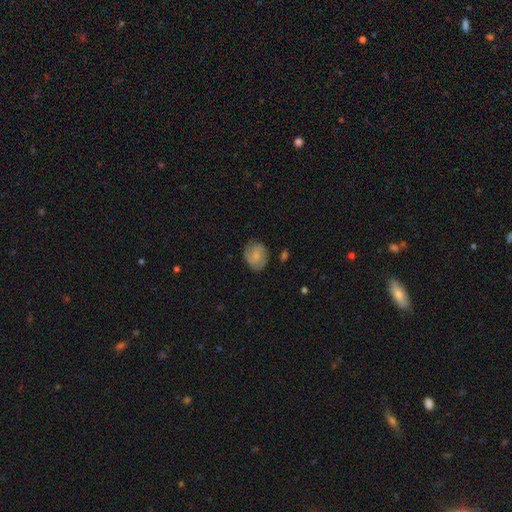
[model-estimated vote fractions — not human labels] smooth 47%, featured or disk 46%, star or artifact 7%. Down the decision tree: merging — none (73%).